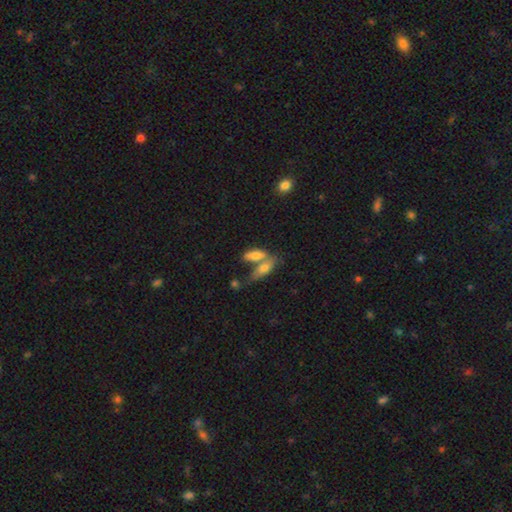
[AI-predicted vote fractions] This appears to be a smooth galaxy with no disk features (69%) that is in between round and cigar-shaped (68%). Merging: merger (52%).